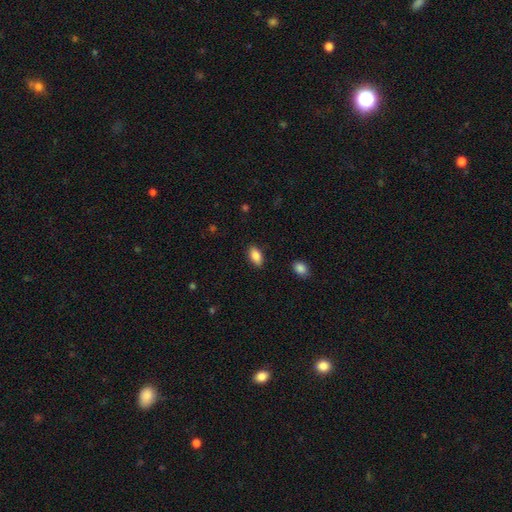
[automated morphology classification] Smooth or featured?
  - smooth: 86% *
  - star or artifact: 7%
  - featured or disk: 7%
How rounded?
  - in between: 91% *
  - cigar-shaped: 5%
  - round: 4%
Merging?
  - none: 87% *
  - minor disturbance: 10%
  - major disturbance: 2%
  - merger: 1%